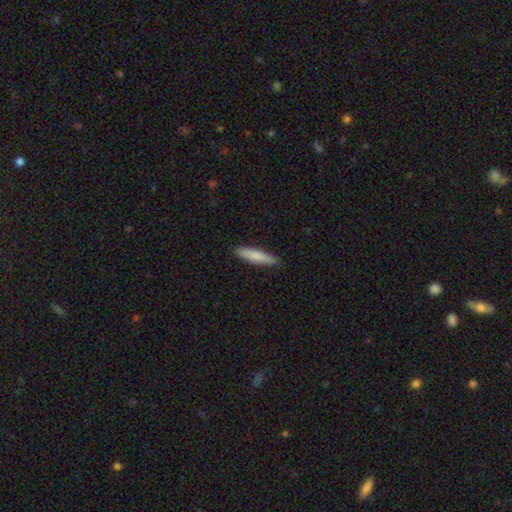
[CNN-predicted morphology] A smooth galaxy with no disk features (80%) that is cigar-shaped (85%).

Vote fractions:
- Smooth or featured? smooth: 80% / featured or disk: 14% / star or artifact: 5%
- How rounded? cigar-shaped: 85% / in between: 13% / round: 1%
- Merging? none: 89% / minor disturbance: 8% / major disturbance: 2% / merger: 1%